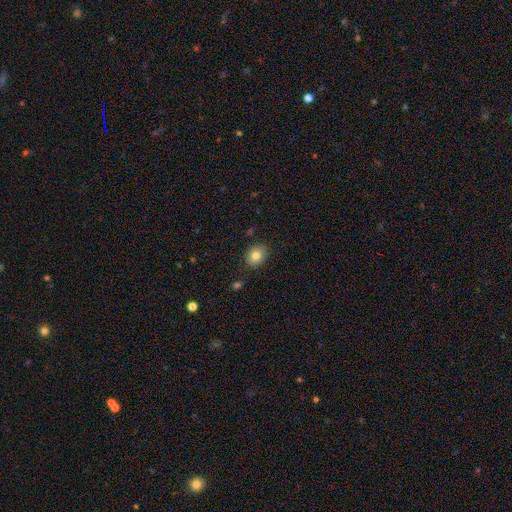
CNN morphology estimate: Smooth or featured?
  - smooth: 79% *
  - featured or disk: 11%
  - star or artifact: 10%
How rounded?
  - round: 56% *
  - in between: 43%
  - cigar-shaped: 1%
Merging?
  - none: 87% *
  - minor disturbance: 10%
  - major disturbance: 2%
  - merger: 1%